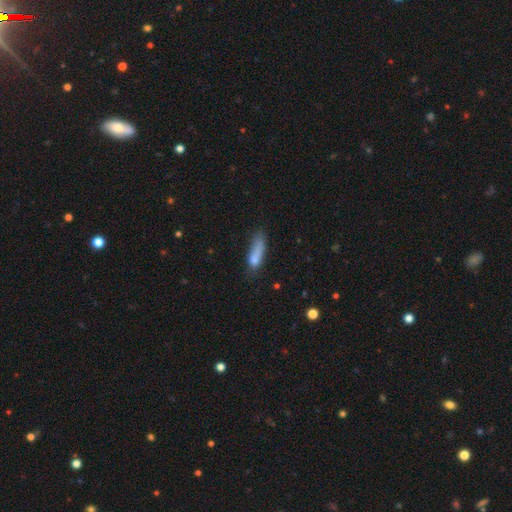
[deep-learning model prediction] Overall: smooth (73%). How rounded: cigar-shaped (49%; in between 47%). Merging: major disturbance (33%; none 29%).